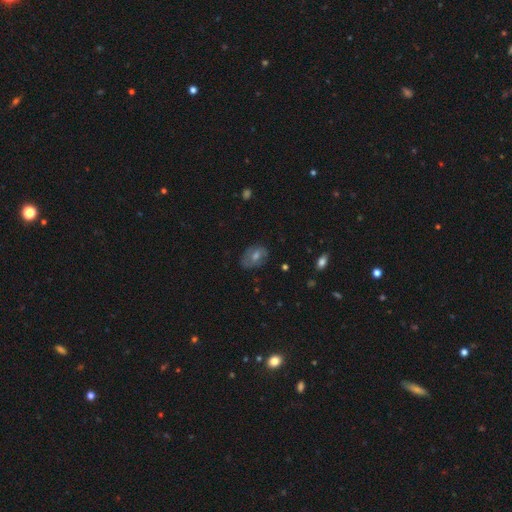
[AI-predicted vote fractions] The model was most divided on "smooth or featured": featured or disk: 50%, smooth: 35%, star or artifact: 16%. More confident: merging — none (75%).